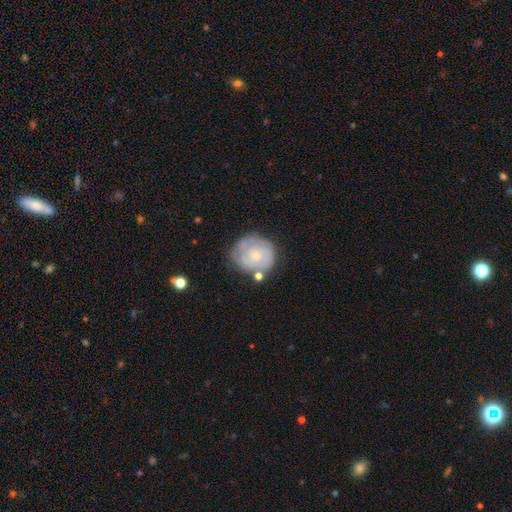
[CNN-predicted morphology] A featured or disk galaxy (58%) with no bar (82%), spiral arms (67%) and a small central bulge (61%).

Vote fractions:
- Smooth or featured? featured or disk: 58% / smooth: 35% / star or artifact: 6%
- Edge-on disk? no: 98% / yes: 2%
- Bar? no: 82% / weak: 16% / strong: 2%
- Spiral arms? yes: 67% / no: 33%
- Bulge size? small: 61% / moderate: 31% / none: 4% / large: 2% / dominant: 1%
- Merging? none: 61% / minor disturbance: 23% / major disturbance: 9% / merger: 7%